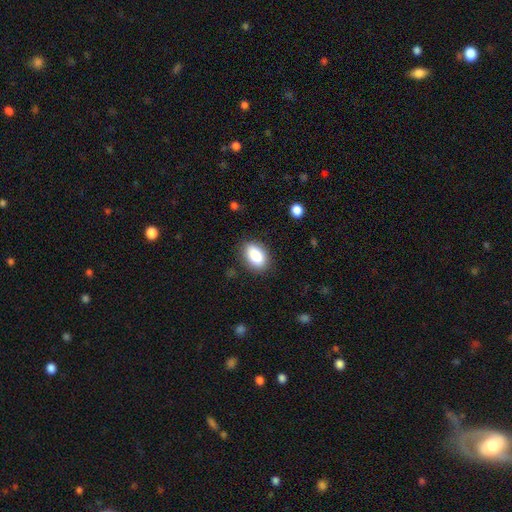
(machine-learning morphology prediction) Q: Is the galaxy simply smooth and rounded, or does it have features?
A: smooth — 88%.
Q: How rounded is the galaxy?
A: in between — 90%.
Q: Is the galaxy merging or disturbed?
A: none — 85%.